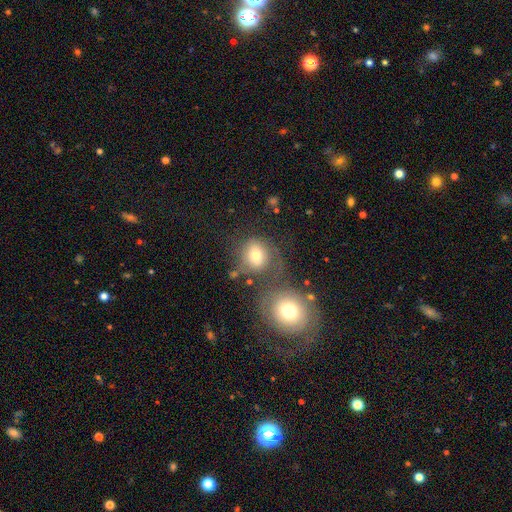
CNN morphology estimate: This is likely a smooth galaxy (69%). How rounded: likely round (76%). Merging: marginally none (39%).